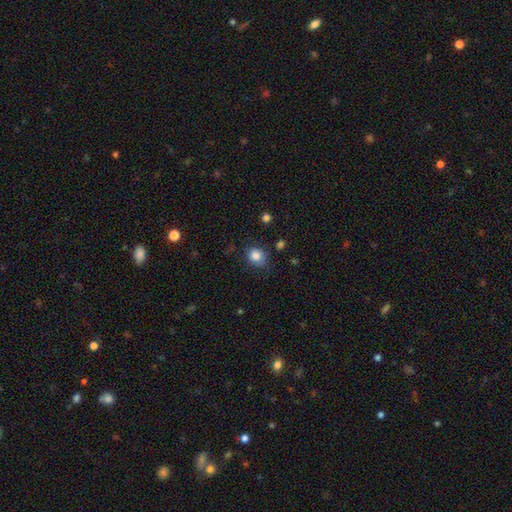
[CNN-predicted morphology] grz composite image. It shows a smooth galaxy with no disk features (84%) that is round (69%). Merging: none (76%).